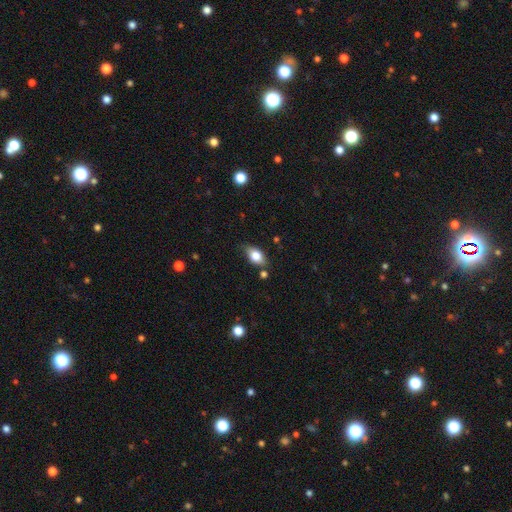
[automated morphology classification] Smooth or featured? Predicted: smooth (p=0.78). How rounded? Predicted: in between (p=0.86). Merging? Predicted: none (p=0.76).